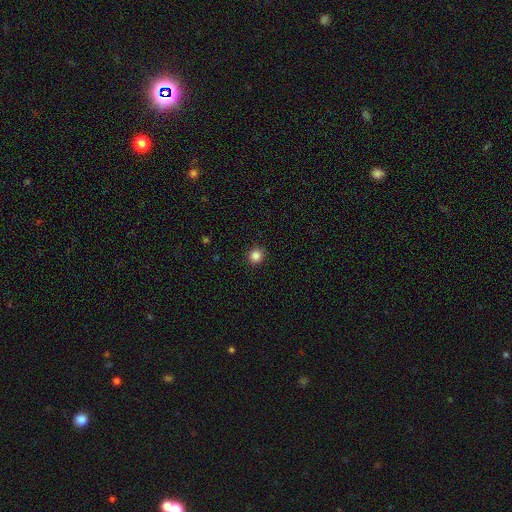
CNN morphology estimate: type=smooth (85%); roundness=round (89%); merging=none (93%).